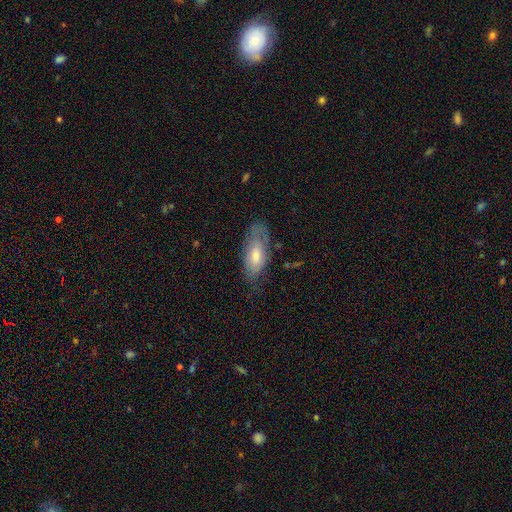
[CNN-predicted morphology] This is likely a smooth galaxy (60%). How rounded: clearly in between (82%). Merging: likely none (60%).